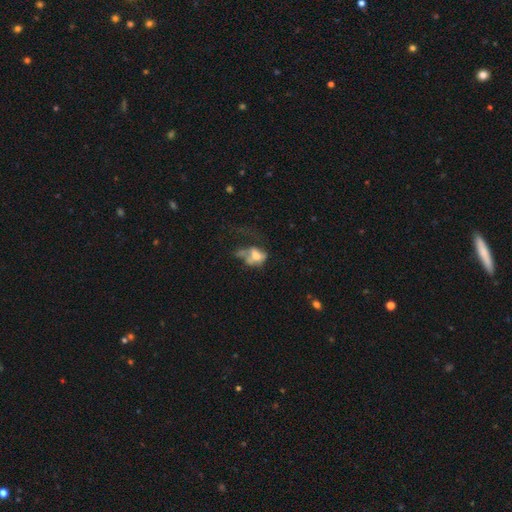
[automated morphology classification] A smooth galaxy with no disk features (49%). Merging: major disturbance (46%).